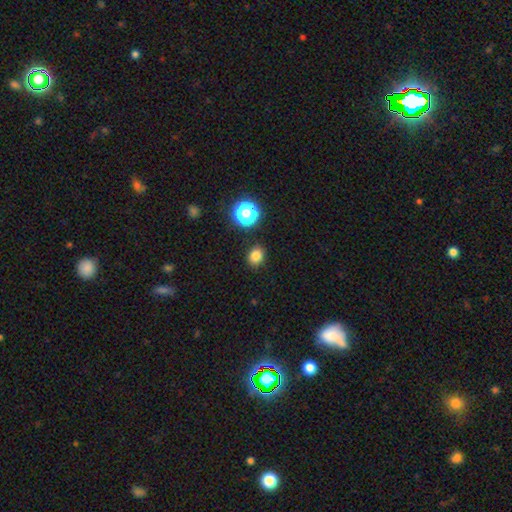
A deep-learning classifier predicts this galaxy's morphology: Smooth or featured: smooth — 80% (star or artifact — 15%)
How rounded: round — 60% (in between — 39%)
Merging: none — 87% (minor disturbance — 8%)